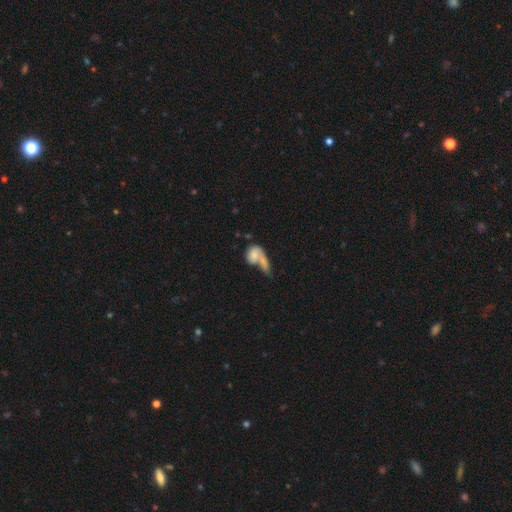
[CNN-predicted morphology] The model was most divided on "how rounded": in between: 59%, round: 36%, cigar-shaped: 5%. More confident: smooth or featured — smooth (67%); merging — merger (54%).